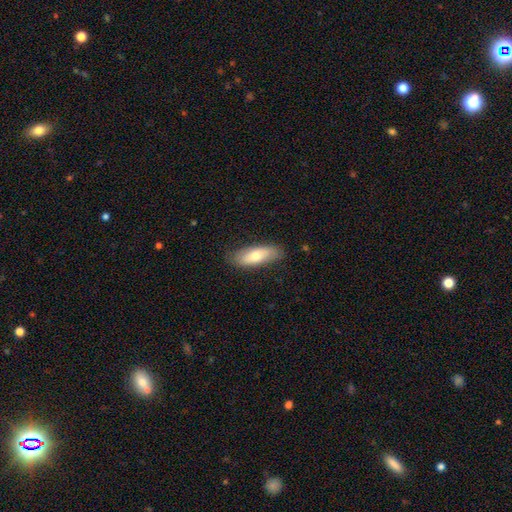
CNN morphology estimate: Q: Smooth or featured?
A: smooth (71%); runner-up: featured or disk (23%)
Q: How rounded?
A: in between (65%); runner-up: cigar-shaped (33%)
Q: Merging?
A: none (81%); runner-up: minor disturbance (15%)